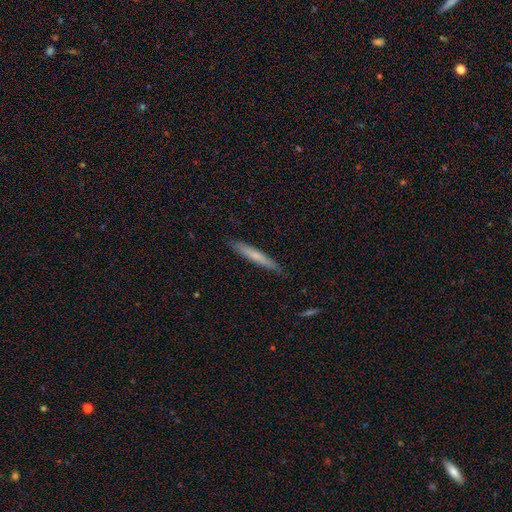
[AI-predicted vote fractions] This is likely a smooth galaxy (65%). How rounded: clearly cigar-shaped (95%). Merging: clearly none (86%).